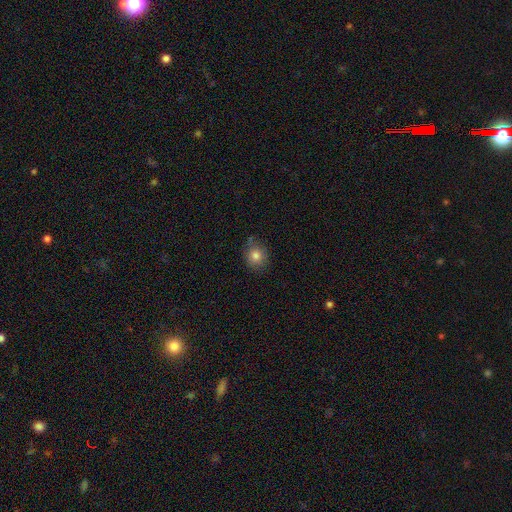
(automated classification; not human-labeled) Smooth or featured? Predicted: smooth (p=0.81). How rounded? Predicted: round (p=0.77). Merging? Predicted: none (p=0.76).